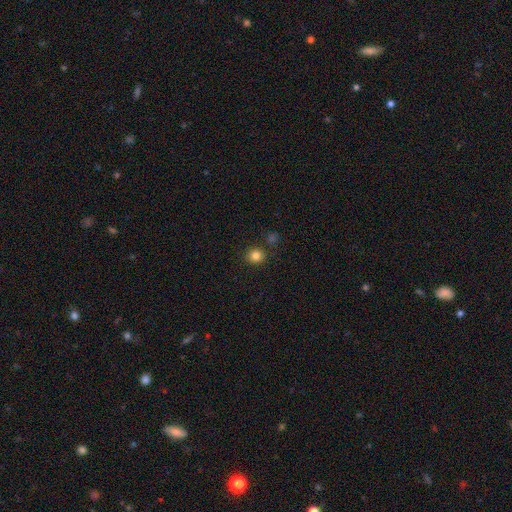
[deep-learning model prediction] smooth-or-featured: smooth: 82% | star or artifact: 13% | featured or disk: 5%
  how-rounded: round: 88% | in between: 11% | cigar-shaped: 1%
  merging: none: 85% | minor disturbance: 7% | merger: 5% | major disturbance: 2%